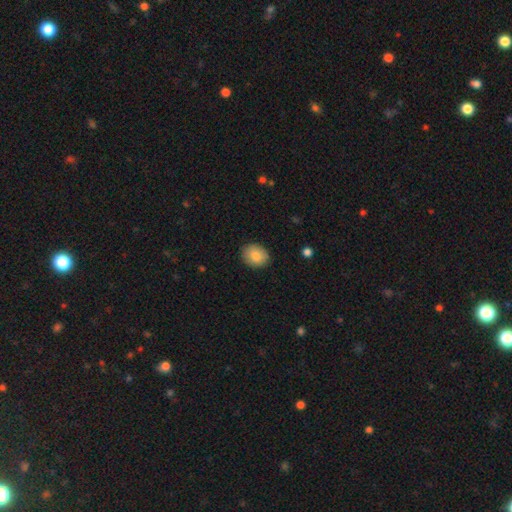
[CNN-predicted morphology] smooth_or_featured: smooth (p=0.83) [alt: featured or disk p=0.10]
how_rounded: round (p=0.50) [alt: in between p=0.49]
merging: none (p=0.88) [alt: minor disturbance p=0.09]